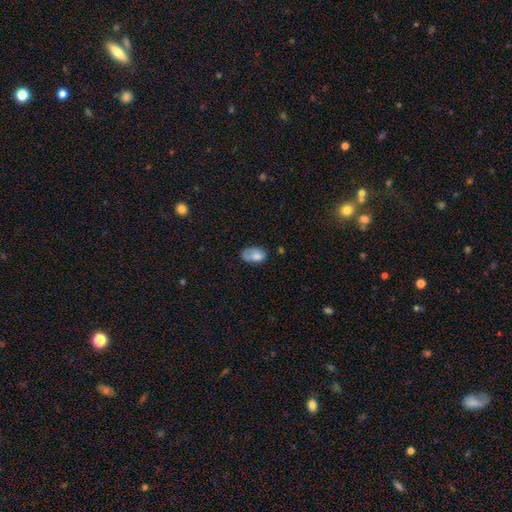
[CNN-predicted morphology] A smooth galaxy with no disk features (74%) that is in between round and cigar-shaped (91%).

Vote fractions:
- Smooth or featured? smooth: 74% / featured or disk: 18% / star or artifact: 9%
- How rounded? in between: 91% / round: 8% / cigar-shaped: 2%
- Merging? none: 42% / minor disturbance: 34% / major disturbance: 19% / merger: 5%